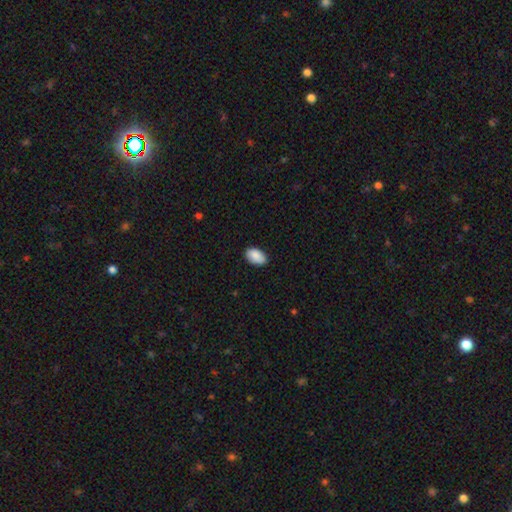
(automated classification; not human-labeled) This is clearly a smooth galaxy (89%). How rounded: clearly in between (93%). Merging: clearly none (86%).